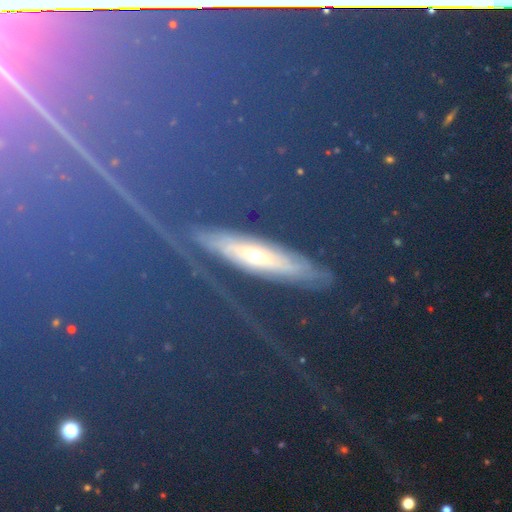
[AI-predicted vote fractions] Overall: star or artifact (42%; featured or disk 30%).